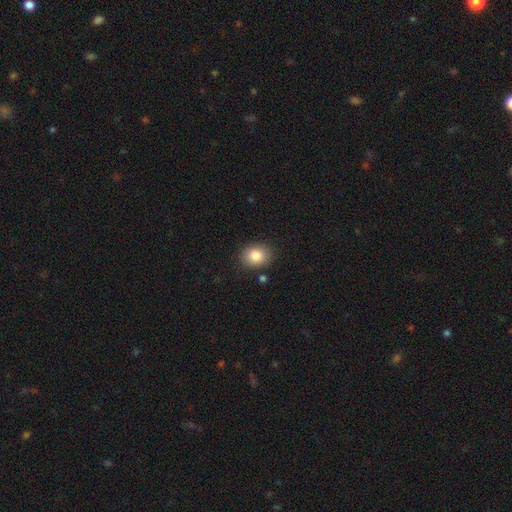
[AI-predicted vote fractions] A smooth galaxy with no disk features (85%) that is round (51%).

Vote fractions:
- Smooth or featured? smooth: 85% / star or artifact: 9% / featured or disk: 6%
- How rounded? round: 51% / in between: 48% / cigar-shaped: 1%
- Merging? none: 84% / minor disturbance: 10% / merger: 3% / major disturbance: 3%